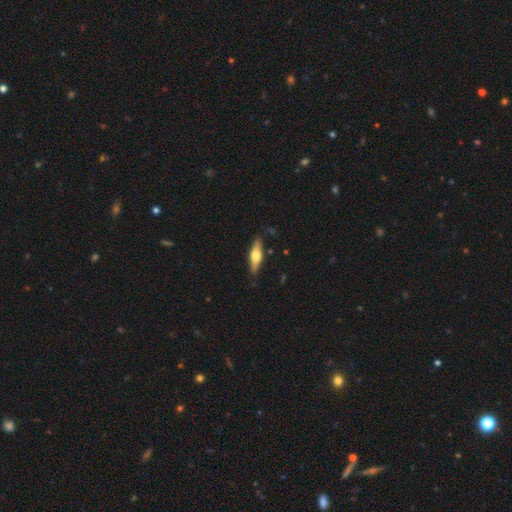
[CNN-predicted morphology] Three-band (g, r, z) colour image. It shows a featured or disk galaxy (50%) viewed edge-on (92%). Merging: none (84%).